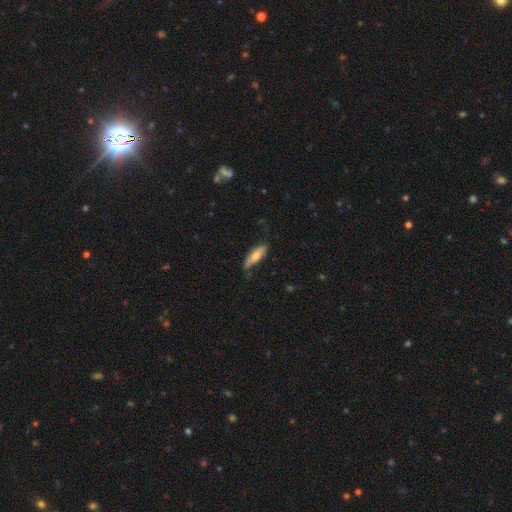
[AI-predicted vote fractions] Smooth or featured? smooth (68%)
How rounded? cigar-shaped (56%)
Merging? none (66%)